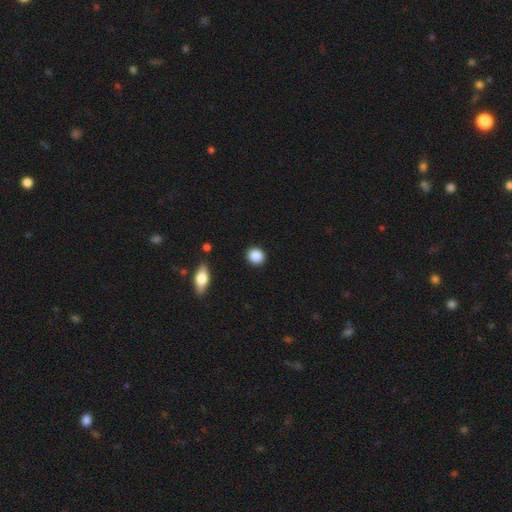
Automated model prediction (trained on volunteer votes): This is clearly a smooth galaxy (88%). How rounded: likely round (79%). Merging: clearly none (90%).